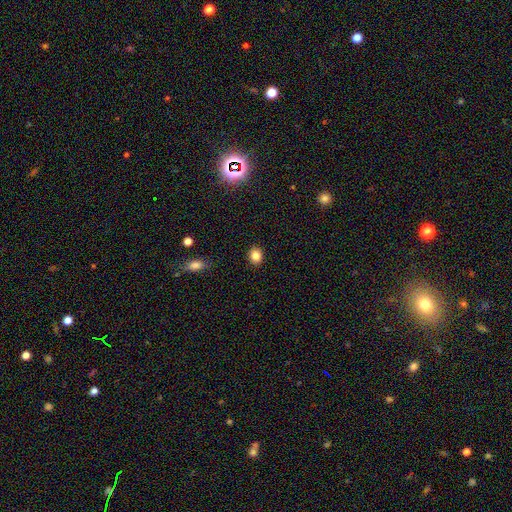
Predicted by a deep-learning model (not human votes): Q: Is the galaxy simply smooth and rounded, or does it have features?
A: smooth — 84%.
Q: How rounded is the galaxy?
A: round — 64%.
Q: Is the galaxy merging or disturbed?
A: none — 90%.